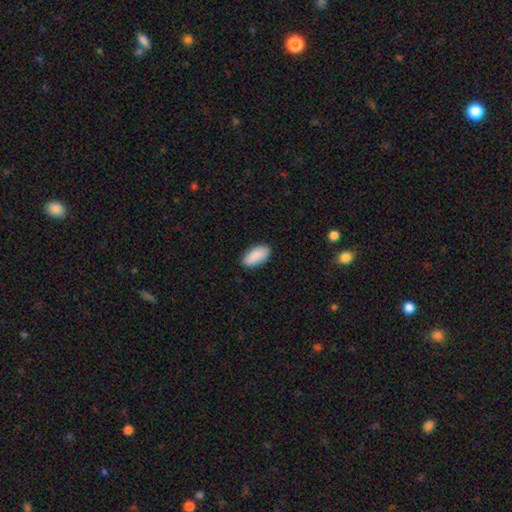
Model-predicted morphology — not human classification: Q: Smooth or featured?
A: smooth (90%); runner-up: star or artifact (6%)
Q: How rounded?
A: in between (92%); runner-up: cigar-shaped (6%)
Q: Merging?
A: none (87%); runner-up: minor disturbance (10%)